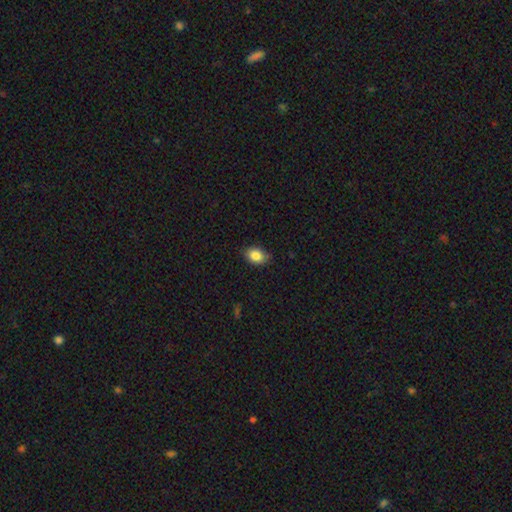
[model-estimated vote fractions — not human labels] A smooth galaxy with no disk features (86%) that is in between round and cigar-shaped (76%).

Vote fractions:
- Smooth or featured? smooth: 86% / star or artifact: 8% / featured or disk: 6%
- How rounded? in between: 76% / round: 23% / cigar-shaped: 1%
- Merging? none: 80% / minor disturbance: 17% / major disturbance: 3% / merger: 1%